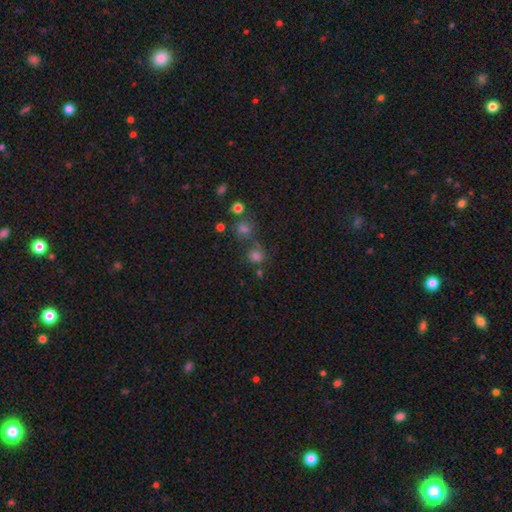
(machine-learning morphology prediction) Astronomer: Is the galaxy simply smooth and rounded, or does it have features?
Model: smooth — 66%.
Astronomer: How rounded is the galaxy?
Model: round — 74%.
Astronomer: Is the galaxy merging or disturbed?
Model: none — 56%.